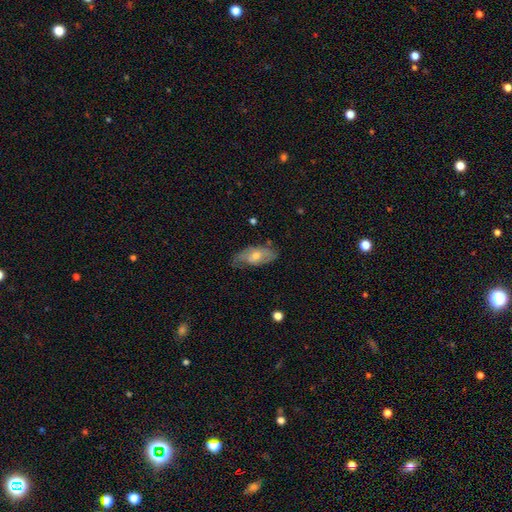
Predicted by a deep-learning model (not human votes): Smooth or featured?
  - featured or disk: 47% *
  - smooth: 45%
  - star or artifact: 8%
Merging?
  - none: 64% *
  - minor disturbance: 27%
  - major disturbance: 8%
  - merger: 2%